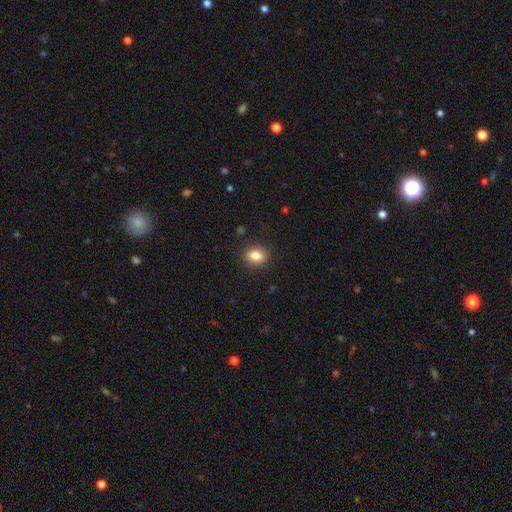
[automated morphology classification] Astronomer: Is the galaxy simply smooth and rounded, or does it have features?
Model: smooth — 84%.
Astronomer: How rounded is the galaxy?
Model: in between — 65%.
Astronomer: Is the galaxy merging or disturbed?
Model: none — 88%.